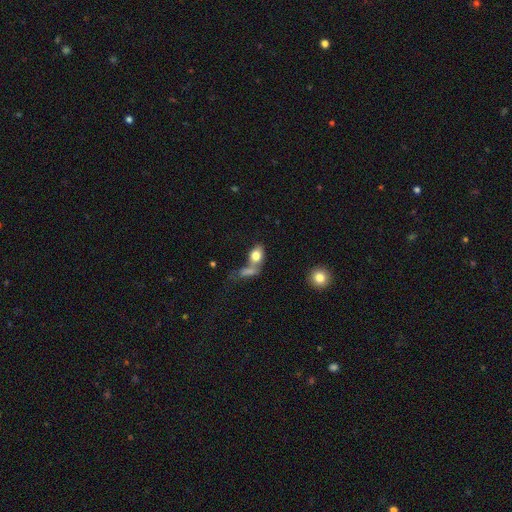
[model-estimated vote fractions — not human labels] Morphology: type=smooth (78%); roundness=in between (78%); merging=merger (47%).